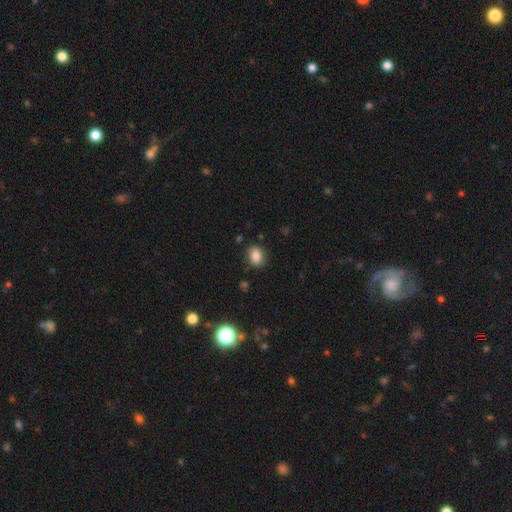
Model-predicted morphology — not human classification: smooth_or_featured: smooth (p=0.84) [alt: star or artifact p=0.10]
how_rounded: in between (p=0.55) [alt: round p=0.44]
merging: none (p=0.84) [alt: minor disturbance p=0.11]